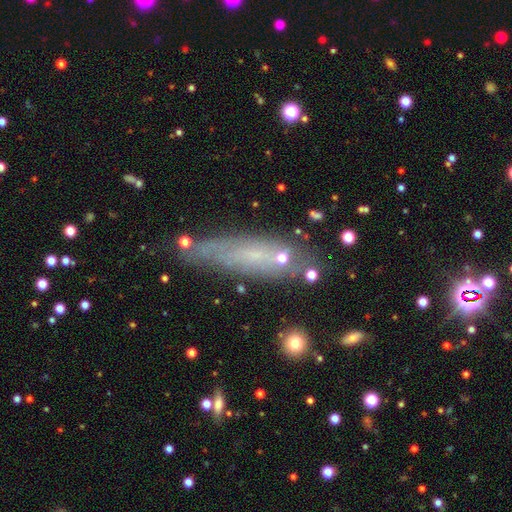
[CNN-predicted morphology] Smooth or featured? Predicted: smooth (p=0.45). Merging? Predicted: none (p=0.71).